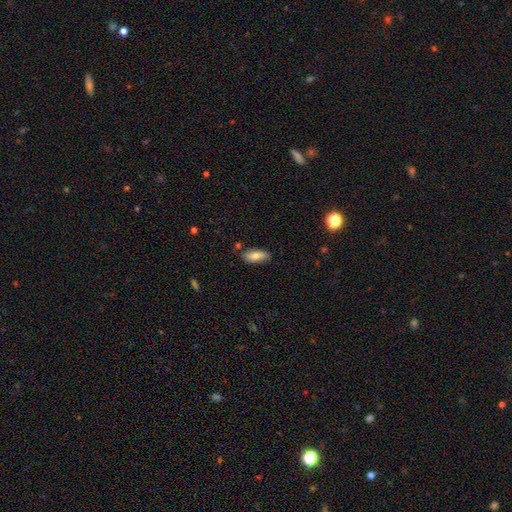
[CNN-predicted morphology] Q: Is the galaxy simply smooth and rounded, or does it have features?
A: smooth — 78%.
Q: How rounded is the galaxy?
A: in between — 81%.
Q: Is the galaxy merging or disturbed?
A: none — 76%.